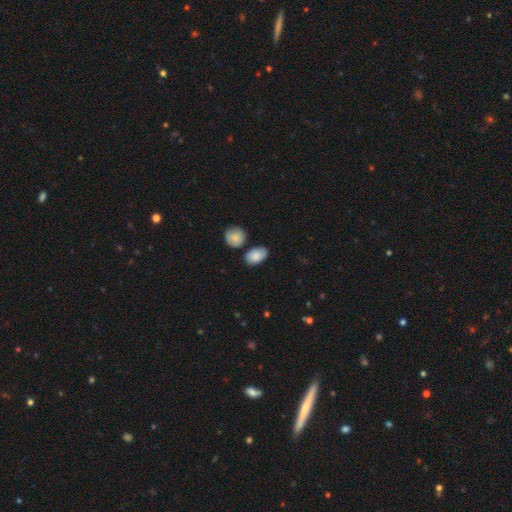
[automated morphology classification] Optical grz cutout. It shows a smooth galaxy with no disk features (87%) that is in between round and cigar-shaped (88%). Merging: none (73%).